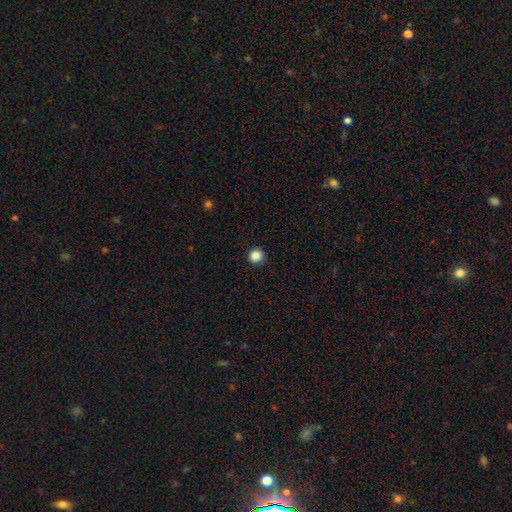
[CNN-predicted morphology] A smooth galaxy with no disk features (87%) that is round (94%). Merging: none (93%).